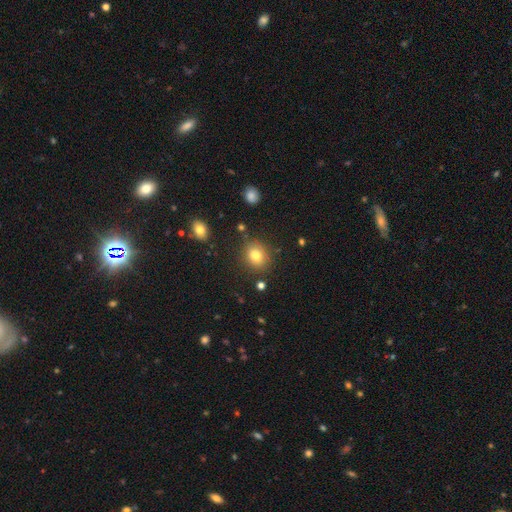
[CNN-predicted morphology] type=smooth (79%); roundness=round (62%); merging=none (83%).